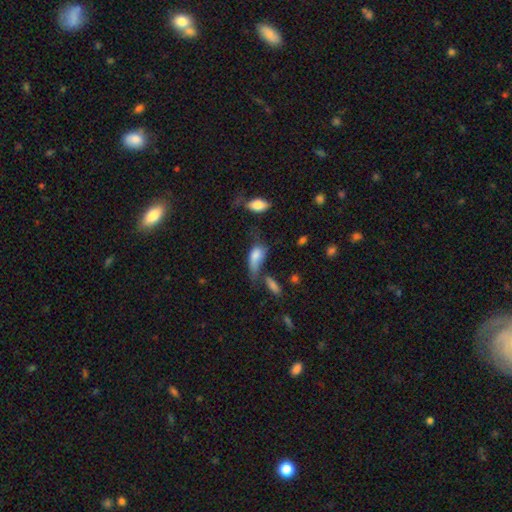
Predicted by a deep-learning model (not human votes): A smooth galaxy with no disk features (73%) that is in between round and cigar-shaped (84%). Merging: major disturbance (30%).